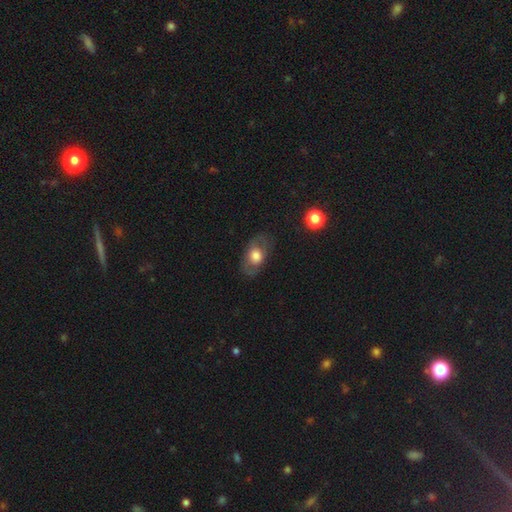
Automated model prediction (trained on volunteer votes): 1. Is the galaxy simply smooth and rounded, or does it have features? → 58% smooth, 35% featured or disk, 7% star or artifact.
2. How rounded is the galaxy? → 78% in between, 20% round, 2% cigar-shaped.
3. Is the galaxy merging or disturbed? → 76% none, 16% minor disturbance, 7% major disturbance, 1% merger.